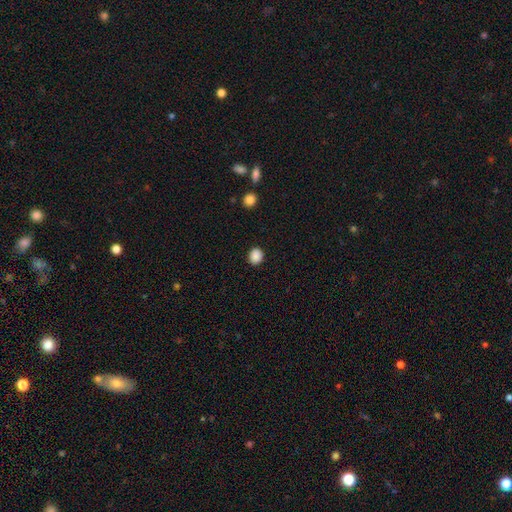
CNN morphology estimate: This appears to be a smooth galaxy with no disk features (88%) that is round (70%). Merging: none (90%).